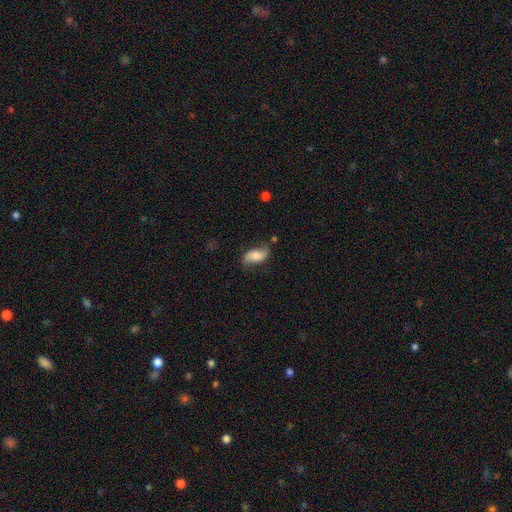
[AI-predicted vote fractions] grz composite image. It shows a featured or disk galaxy (46%, tied with smooth). Merging: none (67%).